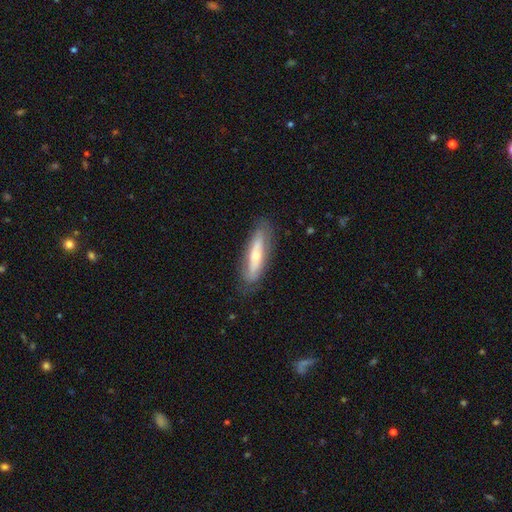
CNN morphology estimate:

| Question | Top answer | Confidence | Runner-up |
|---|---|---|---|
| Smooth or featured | featured or disk | 57% | smooth (37%) |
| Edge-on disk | no | 53% | yes (47%) |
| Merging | none | 79% | minor disturbance (15%) |